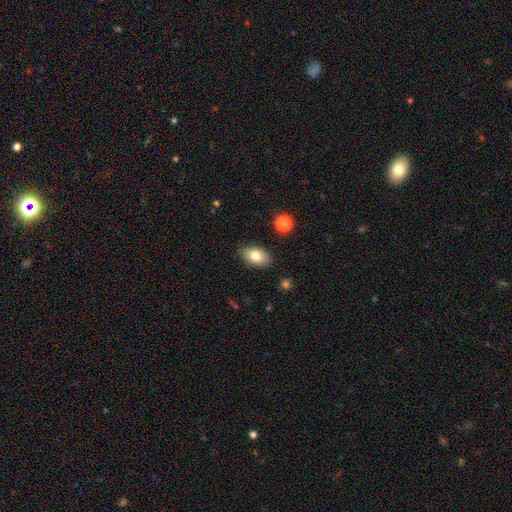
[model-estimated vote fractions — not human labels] Smooth or featured: smooth — 80% (featured or disk — 12%)
How rounded: in between — 90% (round — 8%)
Merging: none — 84% (minor disturbance — 12%)